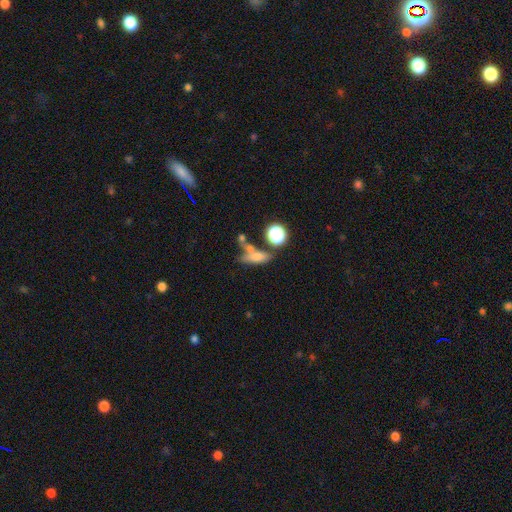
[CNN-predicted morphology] Smooth or featured: smooth — 65% (featured or disk — 21%)
How rounded: in between — 51% (cigar-shaped — 36%)
Merging: none — 40% (merger — 30%)